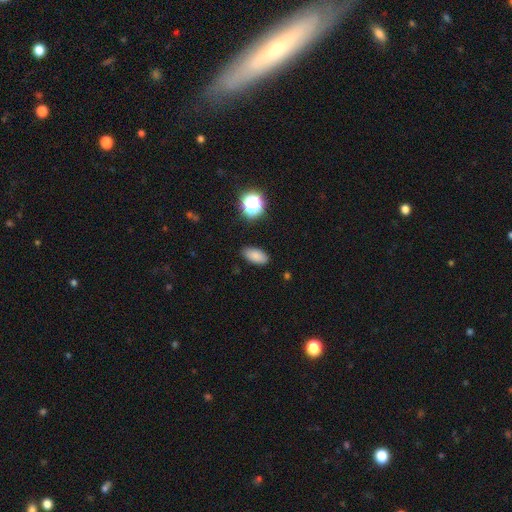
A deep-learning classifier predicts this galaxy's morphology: Overall: smooth (83%). How rounded: in between (91%). Merging: none (86%).